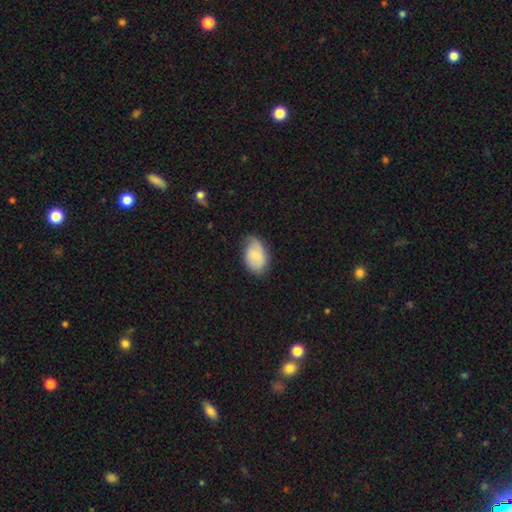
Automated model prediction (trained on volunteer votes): A smooth galaxy with no disk features (76%) that is in between round and cigar-shaped (89%).

Vote fractions:
- Smooth or featured? smooth: 76% / featured or disk: 18% / star or artifact: 7%
- How rounded? in between: 89% / round: 10% / cigar-shaped: 1%
- Merging? none: 64% / minor disturbance: 29% / major disturbance: 6% / merger: 1%